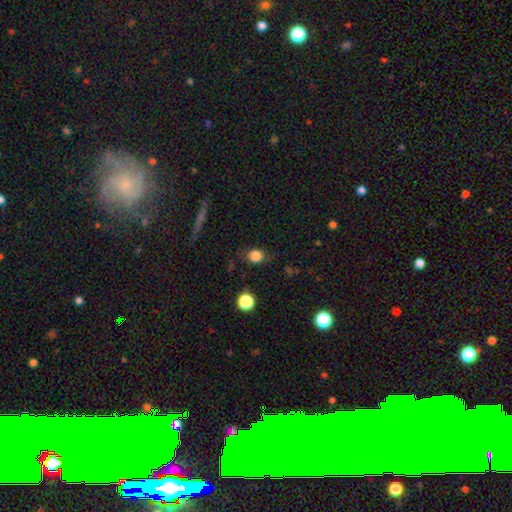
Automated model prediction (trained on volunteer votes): The model was most divided on "how rounded": round: 70%, in between: 28%, cigar-shaped: 2%. More confident: smooth or featured — smooth (82%); merging — none (77%).